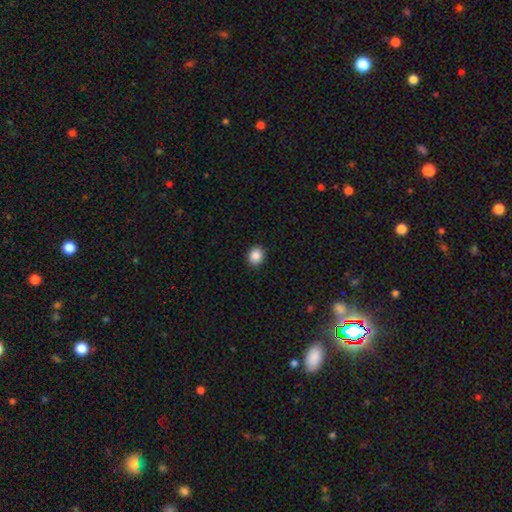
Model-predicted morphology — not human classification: Smooth or featured? smooth (88%)
How rounded? round (71%)
Merging? none (91%)